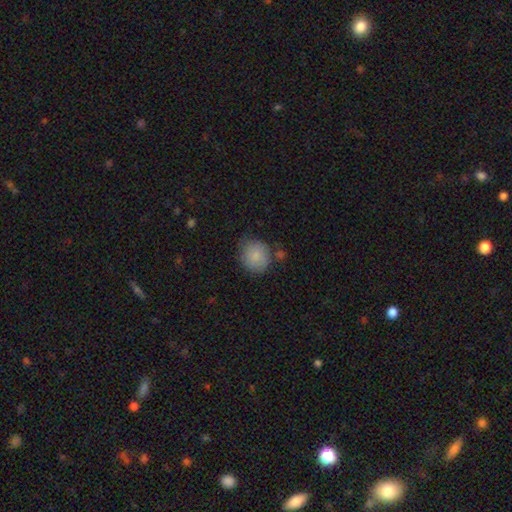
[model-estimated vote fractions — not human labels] smooth-or-featured: smooth: 85% | featured or disk: 8% | star or artifact: 7%
  how-rounded: round: 82% | in between: 17% | cigar-shaped: 1%
  merging: none: 68% | minor disturbance: 19% | merger: 7% | major disturbance: 5%